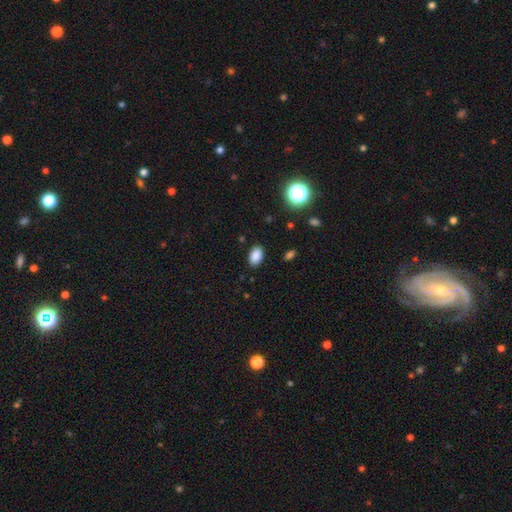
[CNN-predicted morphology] smooth-or-featured: smooth: 87% | star or artifact: 10% | featured or disk: 3%
  how-rounded: in between: 89% | round: 10% | cigar-shaped: 1%
  merging: none: 88% | minor disturbance: 9% | major disturbance: 2% | merger: 1%